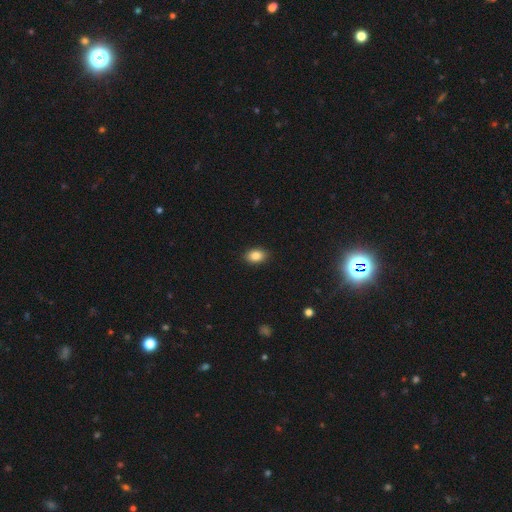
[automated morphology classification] smooth-or-featured: smooth: 86% | star or artifact: 9% | featured or disk: 5%
  how-rounded: in between: 84% | round: 15% | cigar-shaped: 1%
  merging: none: 89% | minor disturbance: 8% | major disturbance: 2% | merger: 1%